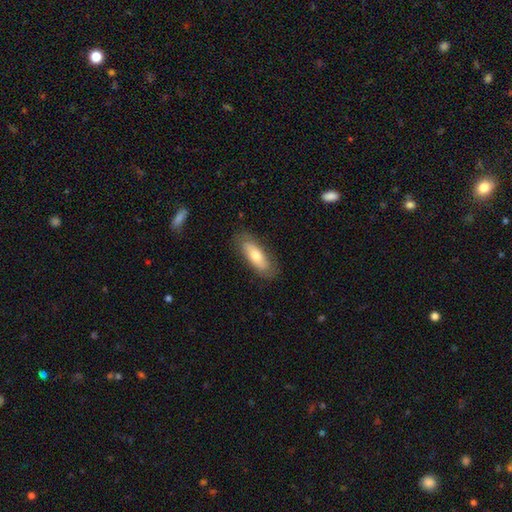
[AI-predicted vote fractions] The model was most divided on "smooth or featured": smooth: 64%, featured or disk: 30%, star or artifact: 6%. More confident: merging — none (82%); how rounded — in between (67%).